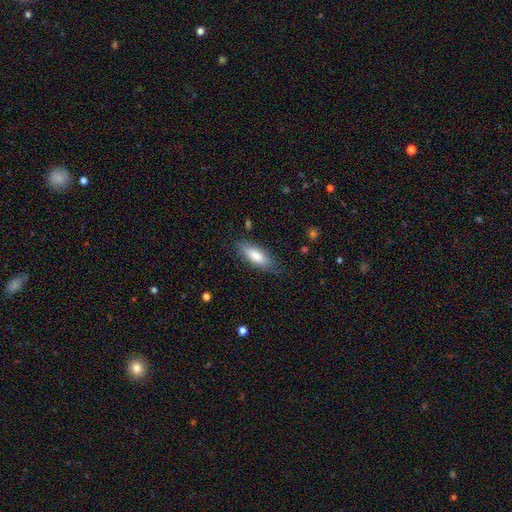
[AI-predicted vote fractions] A smooth galaxy with no disk features (79%) that is in between round and cigar-shaped (69%).

Vote fractions:
- Smooth or featured? smooth: 79% / featured or disk: 15% / star or artifact: 6%
- How rounded? in between: 69% / cigar-shaped: 29% / round: 2%
- Merging? none: 77% / minor disturbance: 18% / major disturbance: 4% / merger: 1%